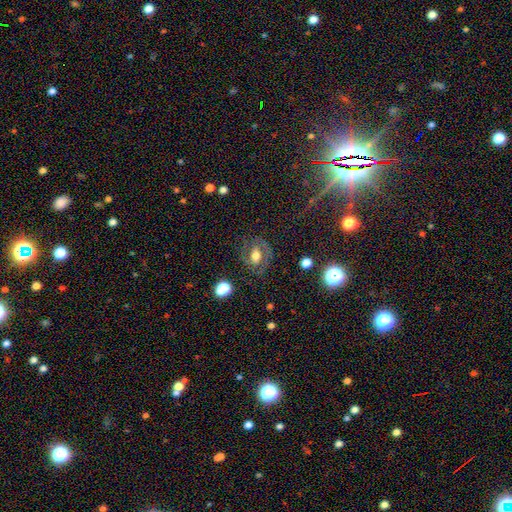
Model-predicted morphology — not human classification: smooth-or-featured: featured or disk: 54% | smooth: 34% | star or artifact: 12%
  disk-edge-on: no: 94% | yes: 6%
    bar: no: 50% | weak: 33% | strong: 17%
    has-spiral-arms: yes: 57% | no: 43%
    bulge-size: moderate: 58% | large: 28% | small: 10% | dominant: 2% | none: 2%
  merging: none: 72% | minor disturbance: 16% | major disturbance: 10% | merger: 2%